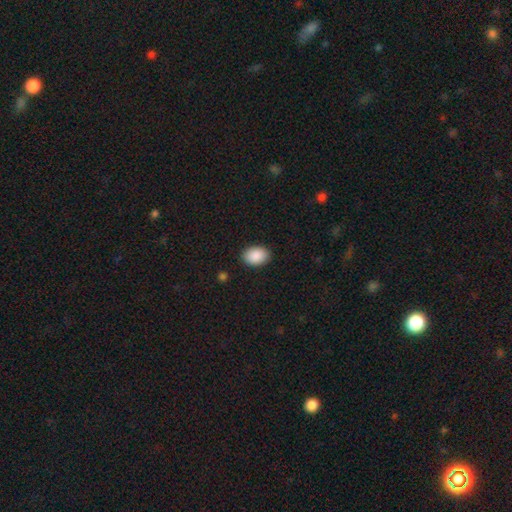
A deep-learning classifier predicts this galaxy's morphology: Smooth or featured?
  - smooth: 90% *
  - star or artifact: 7%
  - featured or disk: 3%
How rounded?
  - in between: 84% *
  - round: 15%
  - cigar-shaped: 1%
Merging?
  - none: 89% *
  - minor disturbance: 8%
  - major disturbance: 2%
  - merger: 1%